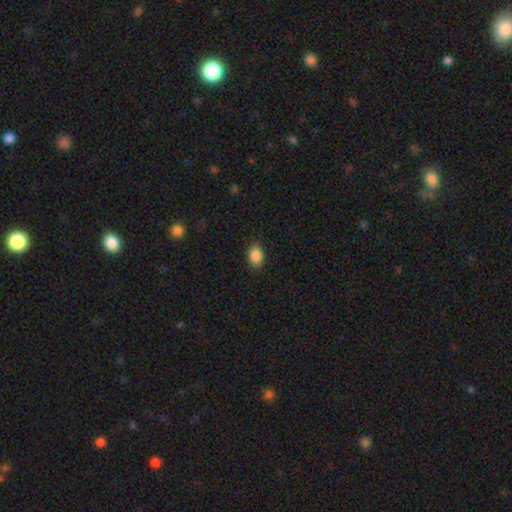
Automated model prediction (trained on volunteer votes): Overall: smooth (88%). How rounded: in between (81%). Merging: none (86%).